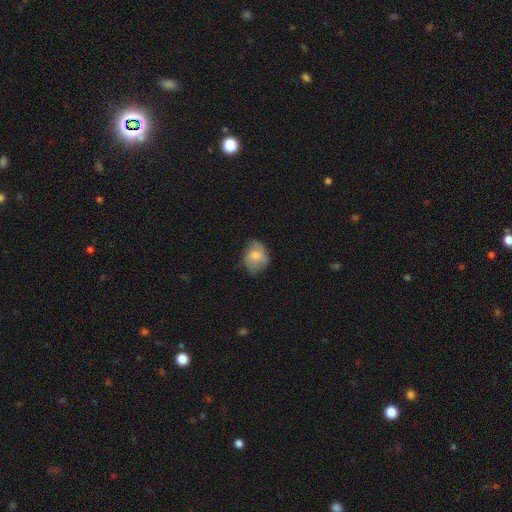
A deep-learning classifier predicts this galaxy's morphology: Smooth or featured?
  - smooth: 68% *
  - featured or disk: 24%
  - star or artifact: 8%
How rounded?
  - in between: 54% *
  - round: 45%
  - cigar-shaped: 1%
Merging?
  - none: 57% *
  - minor disturbance: 30%
  - major disturbance: 12%
  - merger: 1%